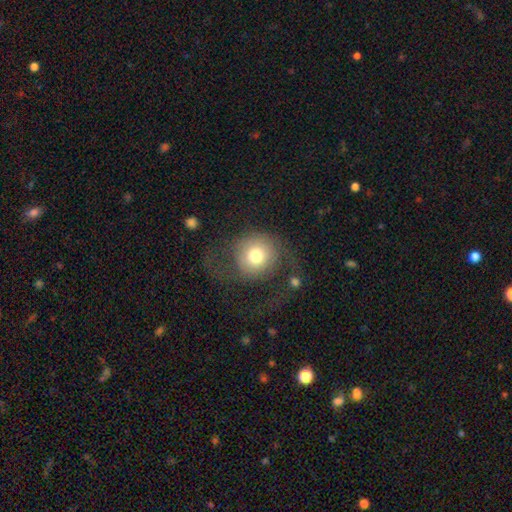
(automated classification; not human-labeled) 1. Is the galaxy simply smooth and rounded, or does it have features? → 69% smooth, 22% featured or disk, 9% star or artifact.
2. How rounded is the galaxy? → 88% round, 11% in between, 1% cigar-shaped.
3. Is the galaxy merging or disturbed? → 44% none, 37% major disturbance, 16% minor disturbance, 4% merger.